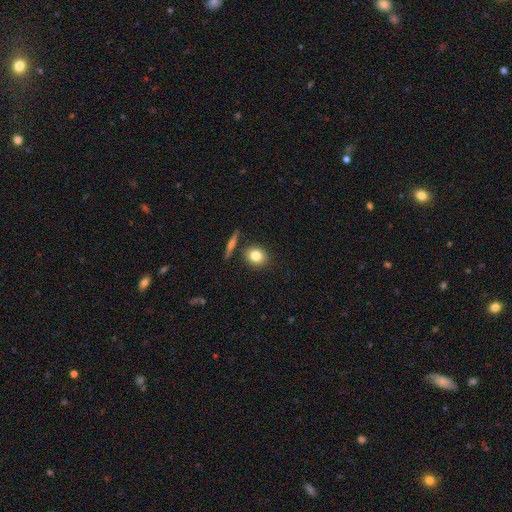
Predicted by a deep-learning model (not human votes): Smooth or featured? Predicted: smooth (p=0.80). How rounded? Predicted: round (p=0.77). Merging? Predicted: none (p=0.82).